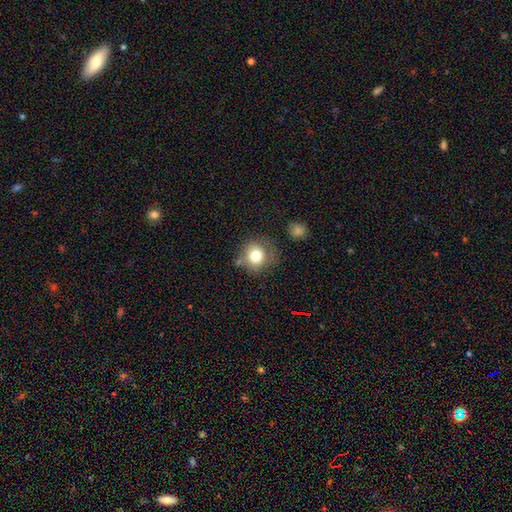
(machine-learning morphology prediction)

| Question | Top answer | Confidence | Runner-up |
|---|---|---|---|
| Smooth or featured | smooth | 78% | featured or disk (11%) |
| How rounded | round | 86% | in between (13%) |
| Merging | none | 67% | minor disturbance (19%) |